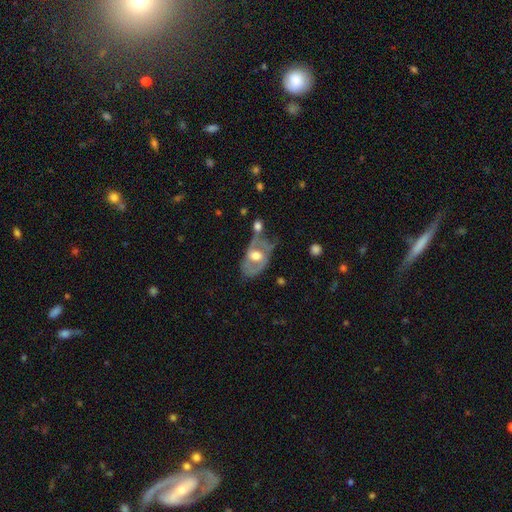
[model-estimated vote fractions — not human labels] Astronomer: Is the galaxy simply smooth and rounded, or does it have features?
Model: featured or disk — 62%.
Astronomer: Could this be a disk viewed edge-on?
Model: no — 90%.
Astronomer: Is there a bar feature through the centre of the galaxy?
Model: no — 58%.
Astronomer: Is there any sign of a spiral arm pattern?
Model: no — 52% (runner-up: yes, 48%).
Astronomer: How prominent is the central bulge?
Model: moderate — 59%.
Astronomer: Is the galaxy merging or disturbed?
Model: none — 37% (runner-up: minor disturbance, 25%).